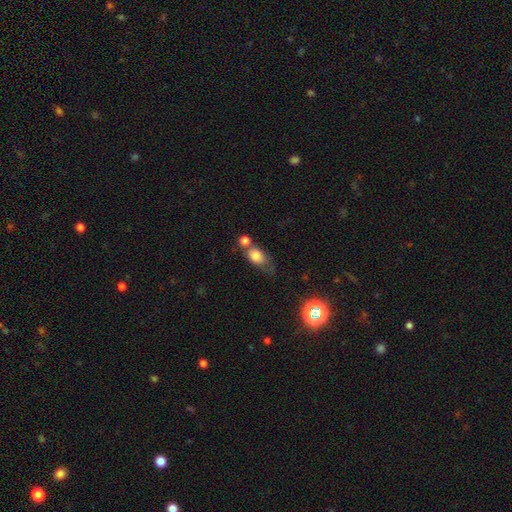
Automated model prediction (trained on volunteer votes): Smooth or featured? smooth (77%)
How rounded? in between (73%)
Merging? none (34%)